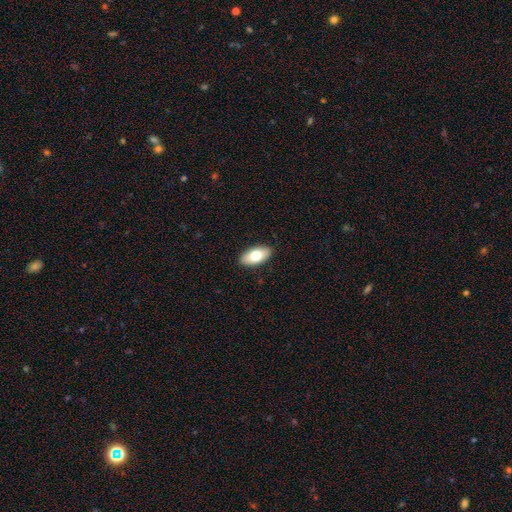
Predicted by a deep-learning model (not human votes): Q: Smooth or featured?
A: smooth (73%); runner-up: featured or disk (20%)
Q: How rounded?
A: in between (92%); runner-up: cigar-shaped (5%)
Q: Merging?
A: none (89%); runner-up: minor disturbance (8%)